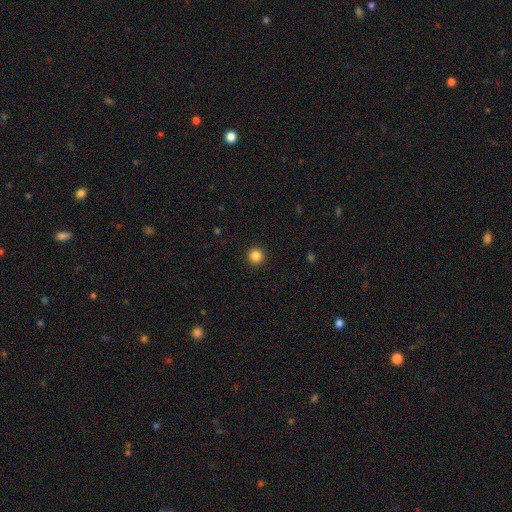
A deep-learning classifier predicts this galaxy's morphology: Overall: smooth (86%). How rounded: round (96%). Merging: none (93%).